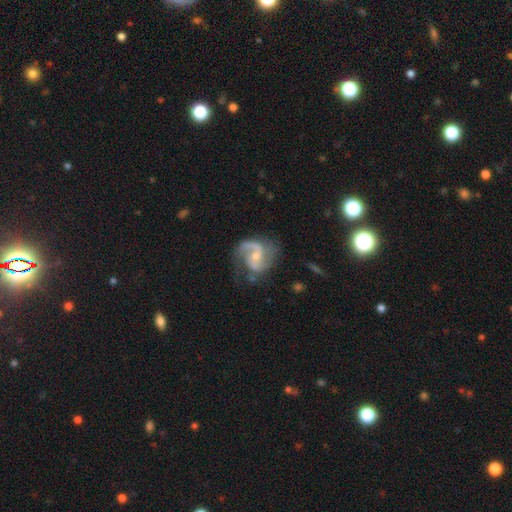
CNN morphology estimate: featured or disk 85%, smooth 9%, star or artifact 5%. Down the decision tree: edge-on disk — no (98%); bar — weak (45%); spiral arms — yes (96%); spiral arm count — 2 (80%); spiral winding — medium (50%); bulge size — small (48%); merging — none (59%).